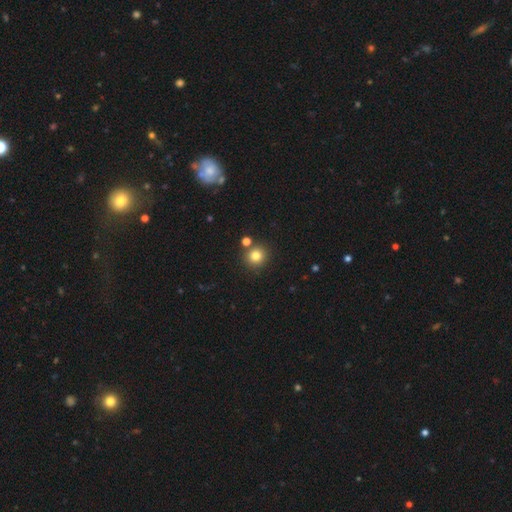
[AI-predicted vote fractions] Overall: smooth (81%). How rounded: round (92%). Merging: none (80%).